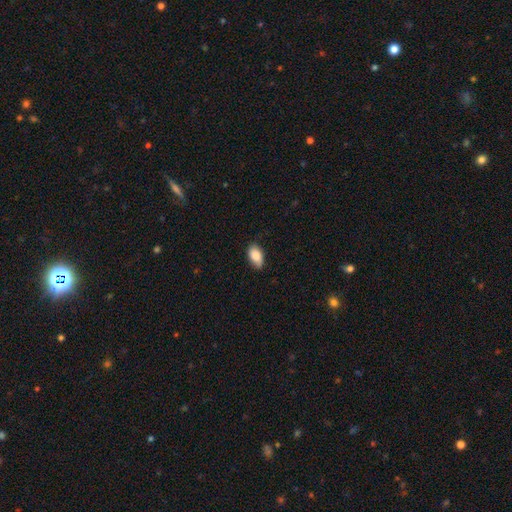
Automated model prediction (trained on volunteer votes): Q: Smooth or featured?
A: smooth (85%); runner-up: featured or disk (8%)
Q: How rounded?
A: in between (93%); runner-up: round (5%)
Q: Merging?
A: none (76%); runner-up: minor disturbance (20%)